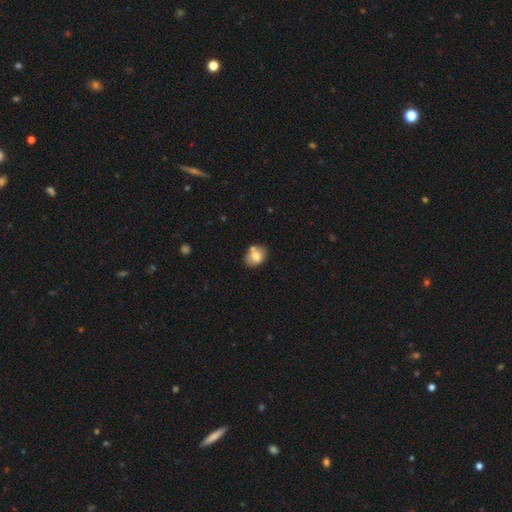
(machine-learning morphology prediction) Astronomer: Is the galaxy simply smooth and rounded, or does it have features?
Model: smooth — 77%.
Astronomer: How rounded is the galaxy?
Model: in between — 65%.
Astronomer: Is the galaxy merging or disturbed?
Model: none — 65%.